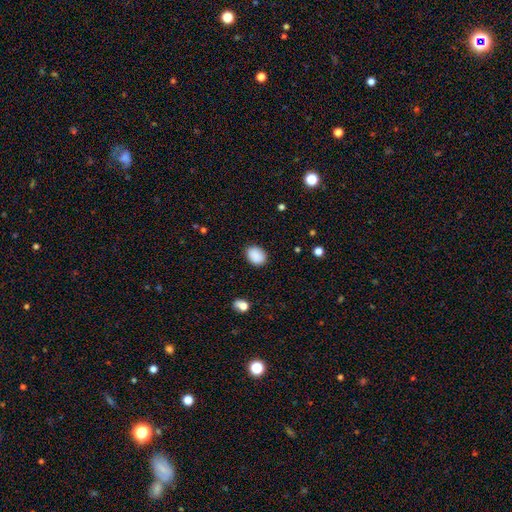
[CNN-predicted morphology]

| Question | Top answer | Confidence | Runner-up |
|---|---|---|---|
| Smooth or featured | smooth | 89% | star or artifact (8%) |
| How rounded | in between | 62% | round (37%) |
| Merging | none | 87% | minor disturbance (10%) |